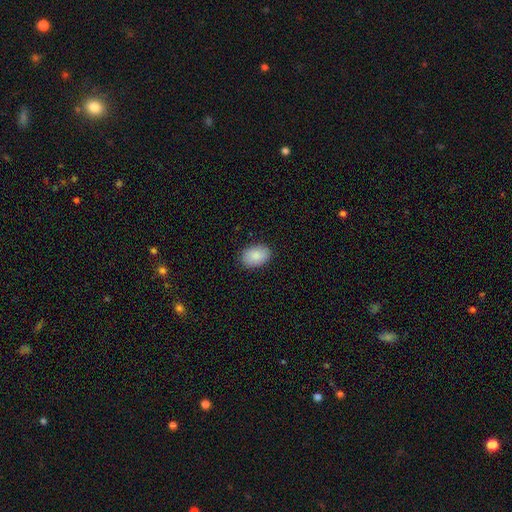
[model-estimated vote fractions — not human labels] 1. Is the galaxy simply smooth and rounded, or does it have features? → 88% smooth, 7% star or artifact, 5% featured or disk.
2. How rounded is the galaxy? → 86% in between, 13% round, 1% cigar-shaped.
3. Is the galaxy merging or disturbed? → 88% none, 9% minor disturbance, 2% major disturbance, 1% merger.